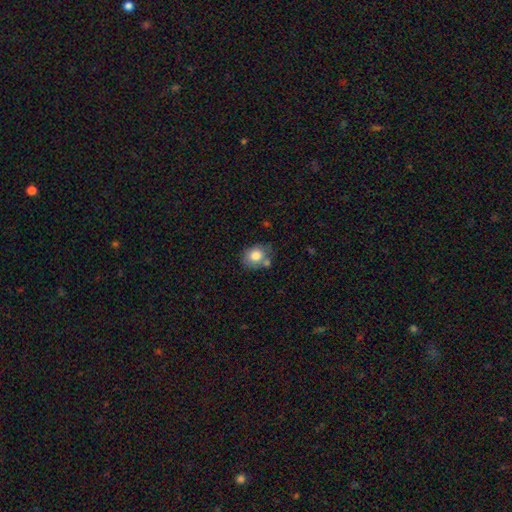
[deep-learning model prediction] This is likely a smooth galaxy (79%). How rounded: possibly round (53%). Merging: possibly none (57%).